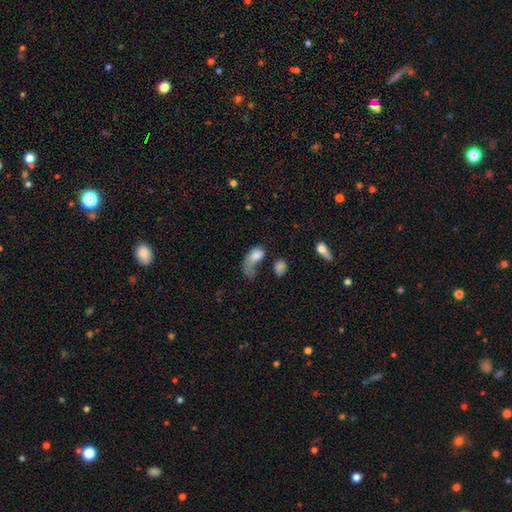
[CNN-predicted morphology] Overall: smooth (70%). How rounded: in between (83%). Merging: major disturbance (53%; none 17%).